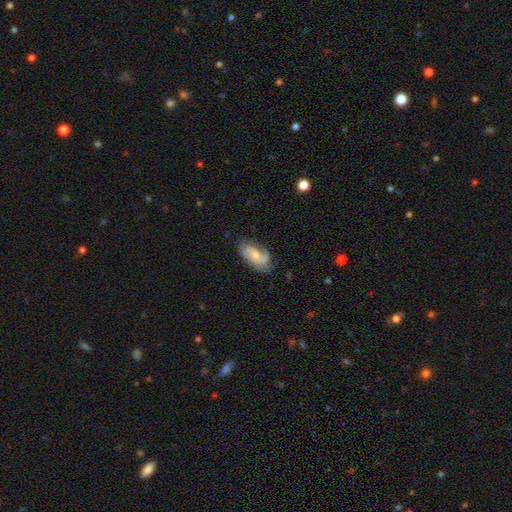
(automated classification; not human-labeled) Smooth or featured? featured or disk (66%)
Edge-on disk? no (96%)
Bar? no (61%)
Spiral arms? yes (92%)
Spiral winding? medium (46%)
Spiral arm count? 2 (61%)
Bulge size? small (44%)
Merging? none (66%)